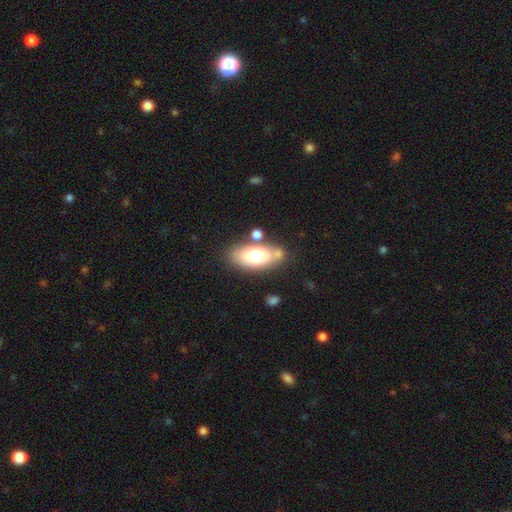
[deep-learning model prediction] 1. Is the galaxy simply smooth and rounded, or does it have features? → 69% smooth, 23% featured or disk, 8% star or artifact.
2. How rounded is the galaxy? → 84% in between, 12% cigar-shaped, 4% round.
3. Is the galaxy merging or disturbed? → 71% none, 14% minor disturbance, 11% merger, 4% major disturbance.